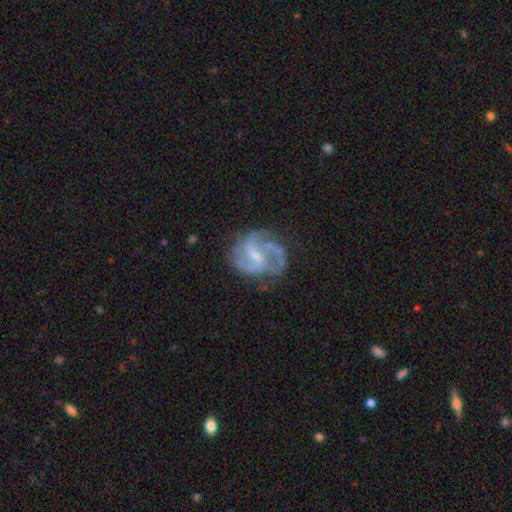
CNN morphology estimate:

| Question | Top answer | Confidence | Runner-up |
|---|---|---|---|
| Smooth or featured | featured or disk | 83% | smooth (10%) |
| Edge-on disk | no | 98% | yes (2%) |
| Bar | weak | 55% | strong (26%) |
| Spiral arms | yes | 92% | no (8%) |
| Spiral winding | medium | 51% | loose (26%) |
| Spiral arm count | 2 | 41% | 3 (28%) |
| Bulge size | small | 44% | moderate (33%) |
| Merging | none | 60% | minor disturbance (21%) |